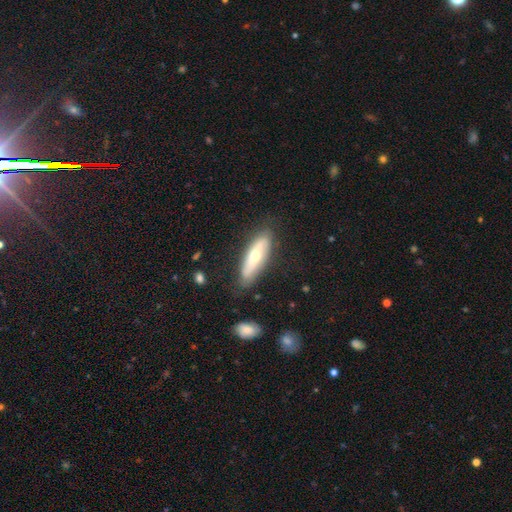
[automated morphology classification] featured or disk 49%, smooth 45%, star or artifact 6%. Down the decision tree: merging — none (78%).